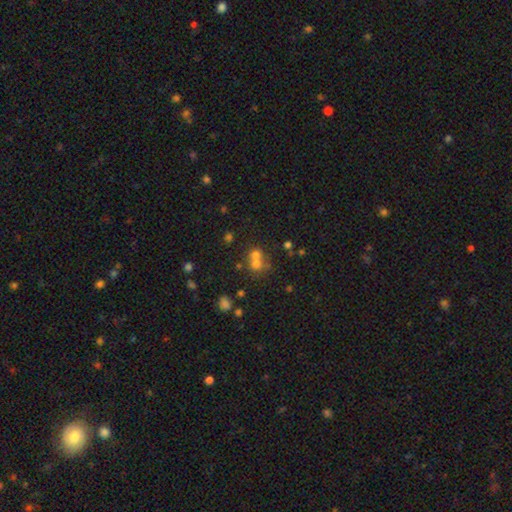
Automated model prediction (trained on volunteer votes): A smooth galaxy with no disk features (63%) that is round (80%). Merging: merger (55%).